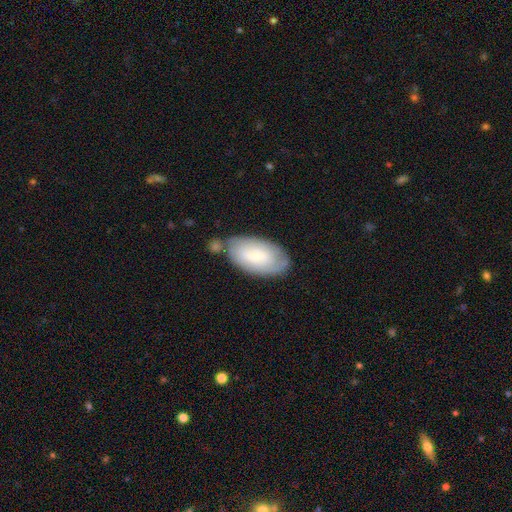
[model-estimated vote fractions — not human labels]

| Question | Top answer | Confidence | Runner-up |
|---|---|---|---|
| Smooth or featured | smooth | 57% | featured or disk (37%) |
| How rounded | in between | 94% | cigar-shaped (3%) |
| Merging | none | 58% | minor disturbance (21%) |